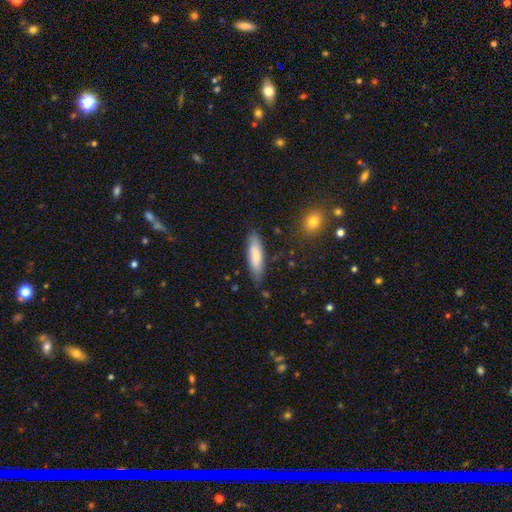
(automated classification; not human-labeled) Smooth or featured? Predicted: smooth (p=0.77). How rounded? Predicted: cigar-shaped (p=0.58). Merging? Predicted: none (p=0.80).